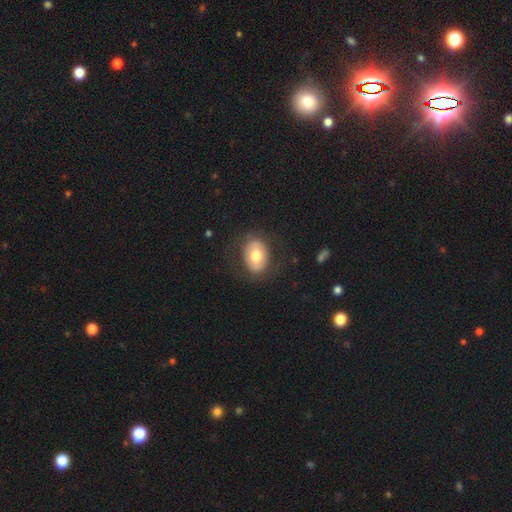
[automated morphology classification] This appears to be a smooth galaxy with no disk features (63%) that is in between round and cigar-shaped (64%). Merging: none (78%).